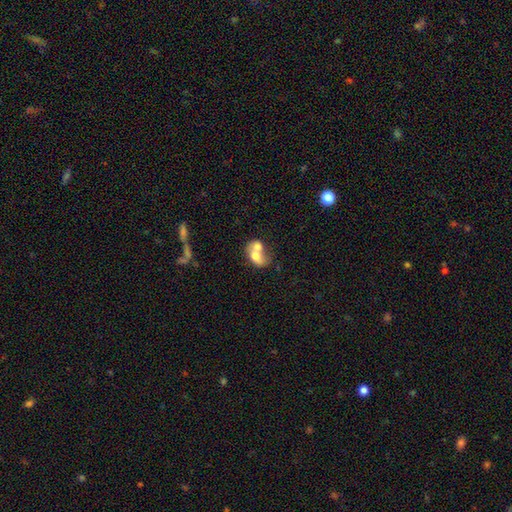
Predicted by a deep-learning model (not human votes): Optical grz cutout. It shows a smooth galaxy with no disk features (62%) that is in between round and cigar-shaped (65%). Merging: merger (74%).